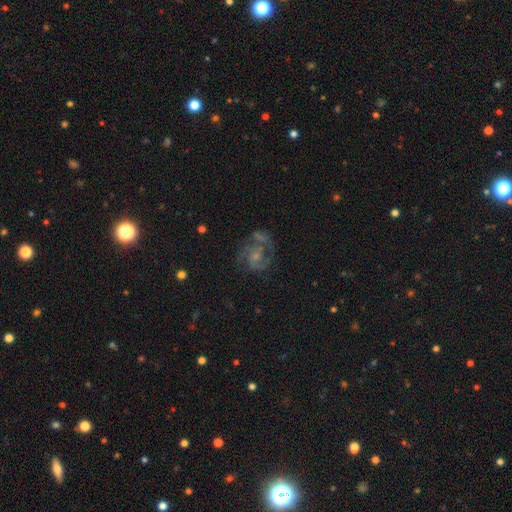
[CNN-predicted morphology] Overall: featured or disk (79%). Edge-on disk: no (98%). Bar: no (60%; weak 34%). Spiral arms: yes (91%). Spiral arm count: 2 (60%). Spiral winding: medium (53%; tight 30%). Bulge size: small (61%; moderate 26%). Merging: none (56%; minor disturbance 17%).